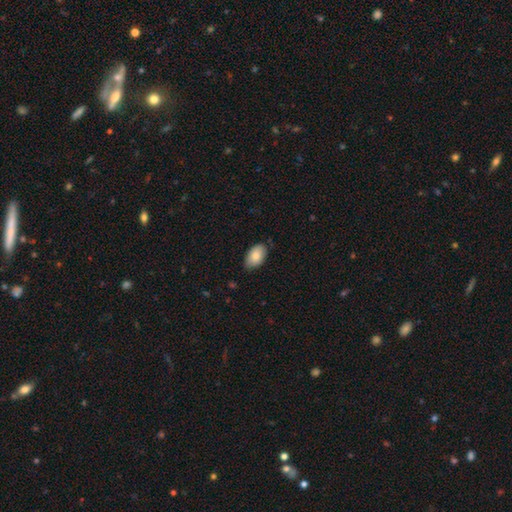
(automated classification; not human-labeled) The model was most divided on "merging": none: 79%, minor disturbance: 18%, major disturbance: 2%, merger: 1%. More confident: how rounded — in between (94%); smooth or featured — smooth (84%).